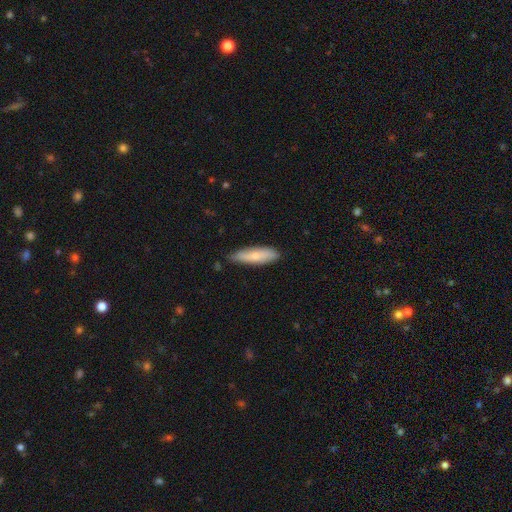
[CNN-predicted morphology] This is likely a smooth galaxy (67%). How rounded: likely cigar-shaped (60%). Merging: likely none (79%).